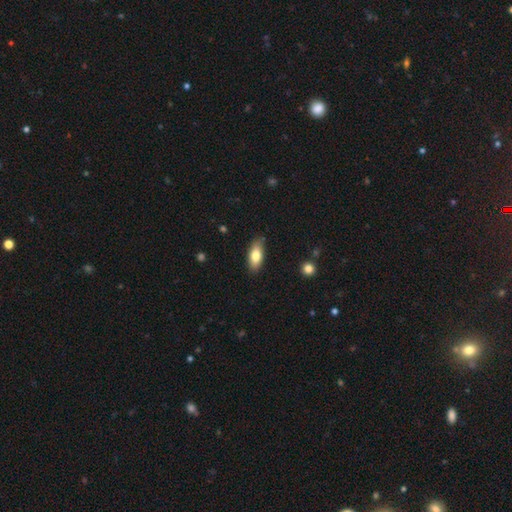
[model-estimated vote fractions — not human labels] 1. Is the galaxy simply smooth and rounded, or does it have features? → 77% smooth, 17% featured or disk, 6% star or artifact.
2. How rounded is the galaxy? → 84% in between, 14% cigar-shaped, 3% round.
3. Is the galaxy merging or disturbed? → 80% none, 16% minor disturbance, 2% major disturbance, 1% merger.